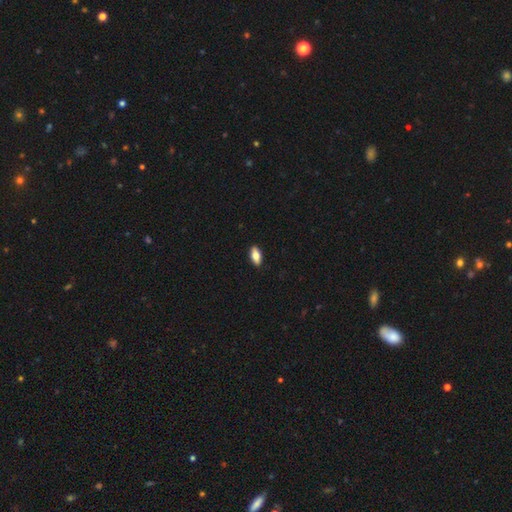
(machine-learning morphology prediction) A smooth galaxy with no disk features (74%) that is in between round and cigar-shaped (85%). Merging: none (91%).